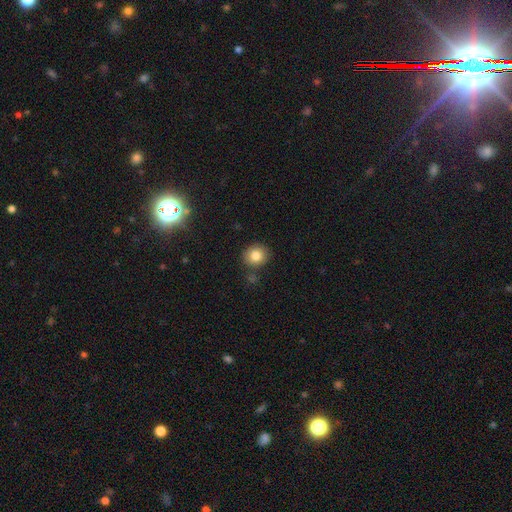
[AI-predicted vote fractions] Smooth or featured: smooth — 82% (star or artifact — 10%)
How rounded: round — 78% (in between — 21%)
Merging: none — 83% (minor disturbance — 10%)